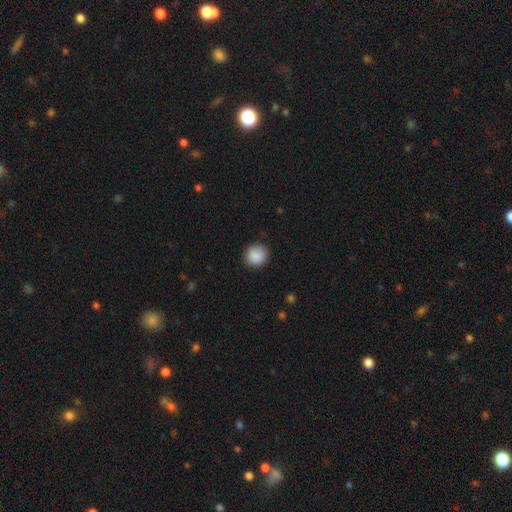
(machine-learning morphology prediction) Smooth or featured: smooth — 89% (star or artifact — 8%)
How rounded: round — 89% (in between — 10%)
Merging: none — 88% (minor disturbance — 9%)